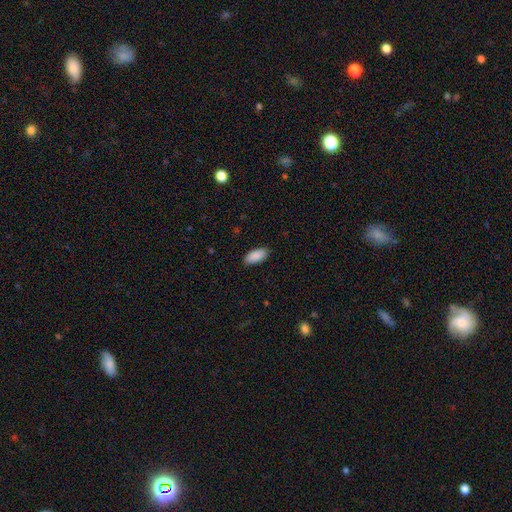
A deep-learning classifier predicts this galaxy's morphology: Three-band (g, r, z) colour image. It shows a smooth galaxy with no disk features (90%) that is in between round and cigar-shaped (92%). Merging: none (89%).